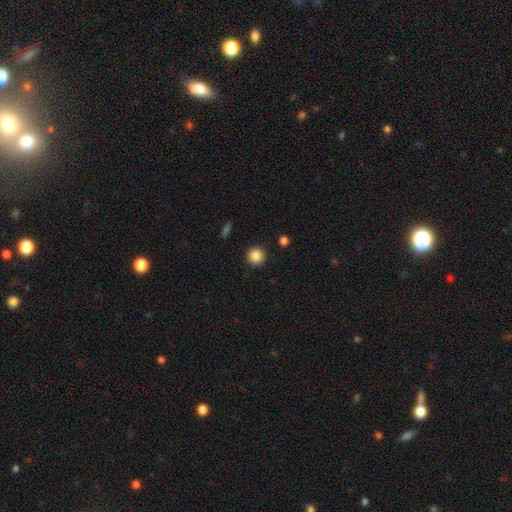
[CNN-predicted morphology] Overall: smooth (87%). How rounded: round (94%). Merging: none (92%).